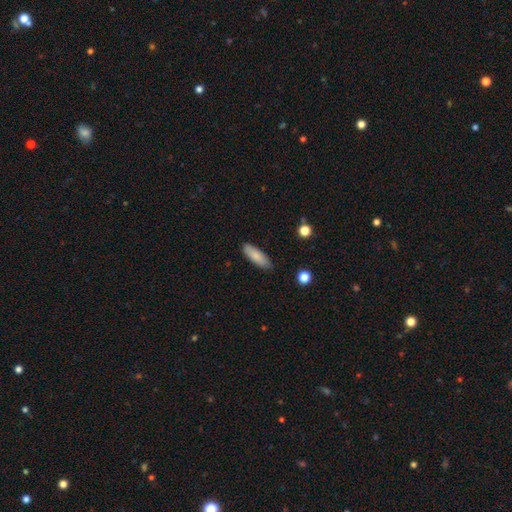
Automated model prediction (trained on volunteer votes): Smooth or featured?
  - smooth: 84% *
  - featured or disk: 10%
  - star or artifact: 7%
How rounded?
  - in between: 56% *
  - cigar-shaped: 42%
  - round: 2%
Merging?
  - none: 86% *
  - minor disturbance: 11%
  - major disturbance: 2%
  - merger: 1%